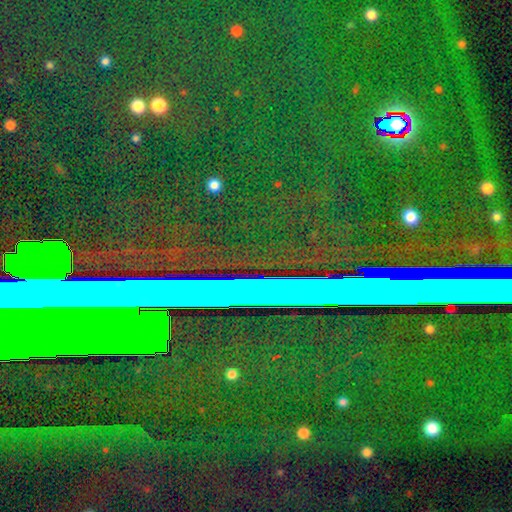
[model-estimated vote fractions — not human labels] Smooth or featured?
  - star or artifact: 83% *
  - smooth: 9%
  - featured or disk: 8%